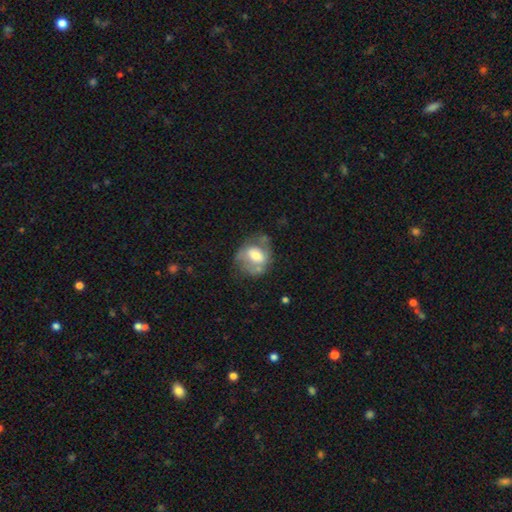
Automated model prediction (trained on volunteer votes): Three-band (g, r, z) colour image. It shows a featured or disk galaxy (48%). Merging: none (42%).